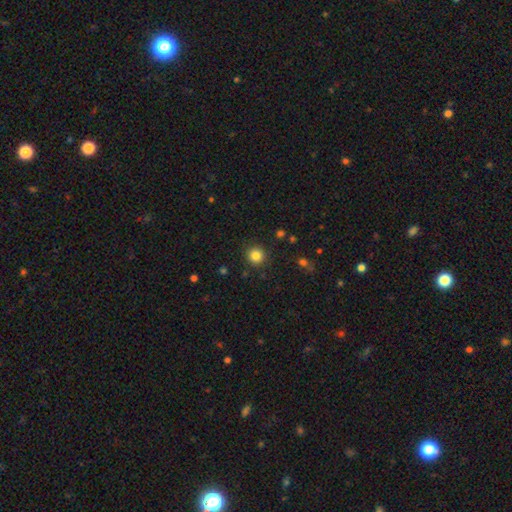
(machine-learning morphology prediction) This is clearly a smooth galaxy (83%). How rounded: clearly round (94%). Merging: clearly none (91%).